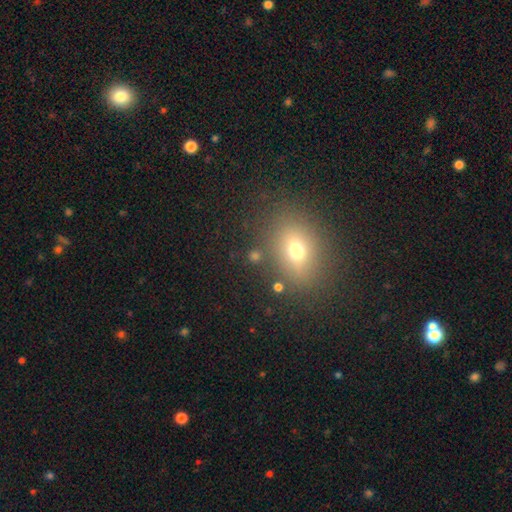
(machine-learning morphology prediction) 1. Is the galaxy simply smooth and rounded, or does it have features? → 64% smooth, 20% star or artifact, 15% featured or disk.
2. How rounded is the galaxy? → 63% in between, 34% round, 3% cigar-shaped.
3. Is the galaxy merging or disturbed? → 79% none, 11% minor disturbance, 5% merger, 5% major disturbance.